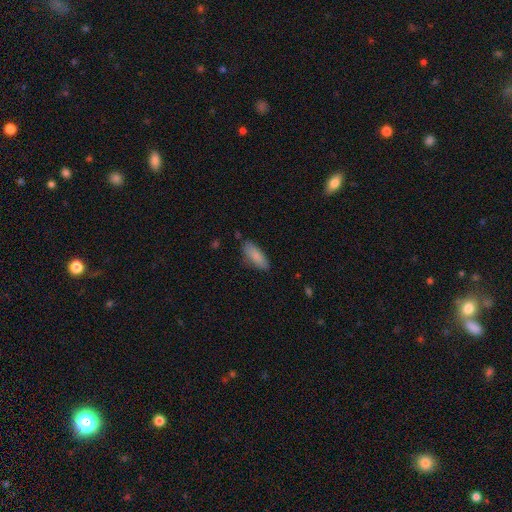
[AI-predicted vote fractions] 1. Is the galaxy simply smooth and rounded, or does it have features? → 87% smooth, 7% featured or disk, 6% star or artifact.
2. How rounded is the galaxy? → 70% in between, 28% cigar-shaped, 2% round.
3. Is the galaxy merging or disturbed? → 78% none, 17% minor disturbance, 3% major disturbance, 2% merger.